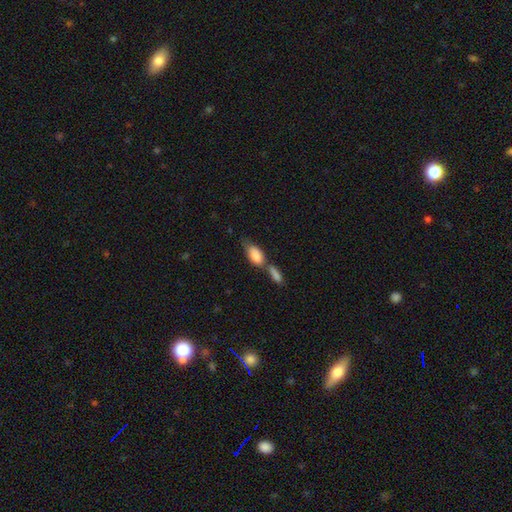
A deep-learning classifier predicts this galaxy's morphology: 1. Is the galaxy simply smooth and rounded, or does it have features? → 82% smooth, 11% featured or disk, 6% star or artifact.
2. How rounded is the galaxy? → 88% in between, 9% cigar-shaped, 4% round.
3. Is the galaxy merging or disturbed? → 48% merger, 32% none, 14% minor disturbance, 6% major disturbance.